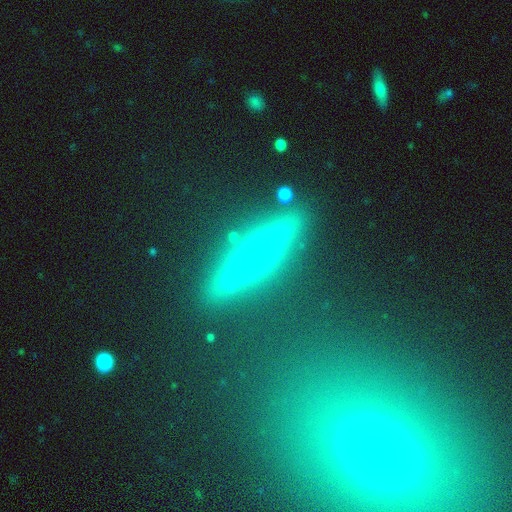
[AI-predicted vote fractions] smooth_or_featured: featured or disk (p=0.53) [alt: smooth p=0.28]
disk_edge_on: yes (p=0.89) [alt: no p=0.11]
merging: none (p=0.88) [alt: minor disturbance p=0.07]